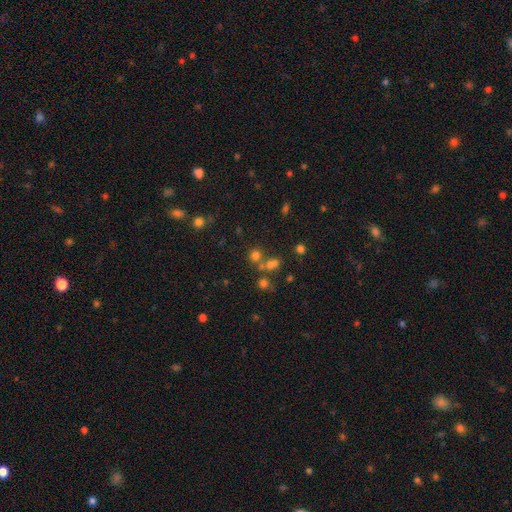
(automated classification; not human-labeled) Smooth or featured: smooth — 66% (star or artifact — 26%)
How rounded: round — 85% (in between — 14%)
Merging: none — 62% (merger — 25%)